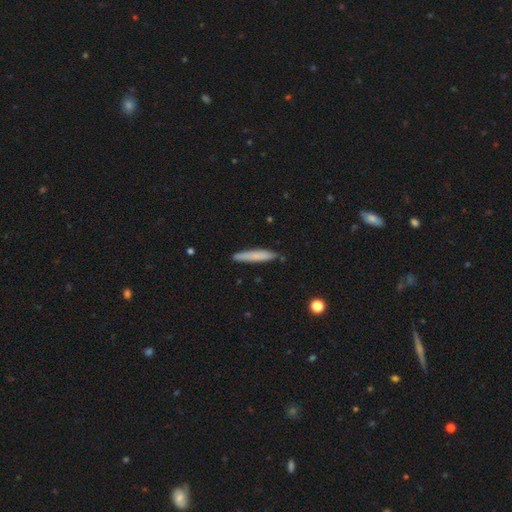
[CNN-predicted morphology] A smooth galaxy with no disk features (74%) that is cigar-shaped (92%). Merging: none (84%).